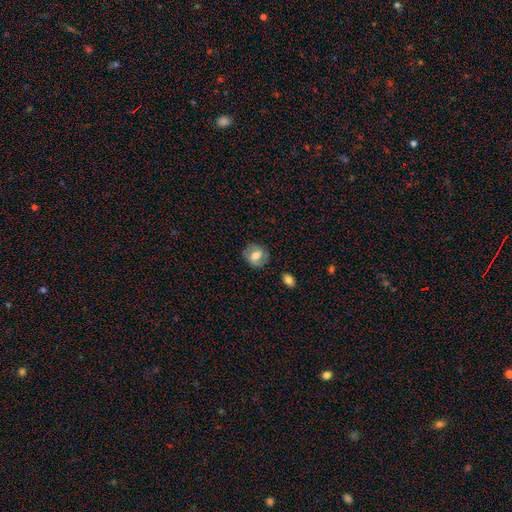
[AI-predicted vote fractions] smooth_or_featured: smooth (p=0.62) [alt: featured or disk p=0.29]
how_rounded: round (p=0.67) [alt: in between p=0.32]
merging: none (p=0.77) [alt: minor disturbance p=0.17]